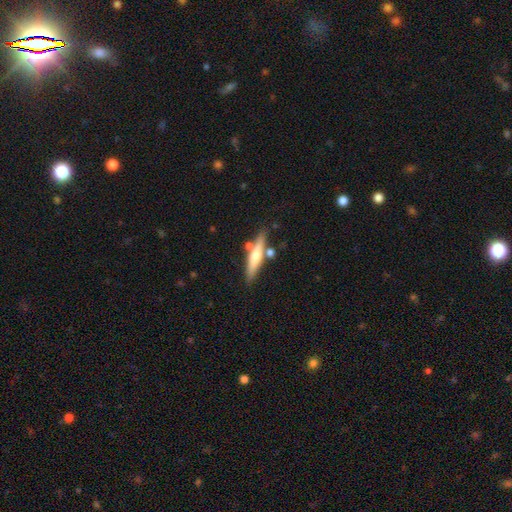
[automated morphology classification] Smooth or featured?
  - smooth: 48% *
  - featured or disk: 46%
  - star or artifact: 6%
Merging?
  - none: 74% *
  - minor disturbance: 12%
  - merger: 11%
  - major disturbance: 3%